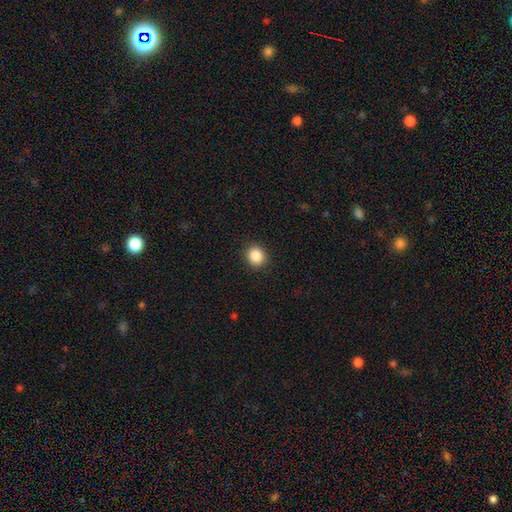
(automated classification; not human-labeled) Morphology: type=smooth (87%); roundness=round (82%); merging=none (91%).